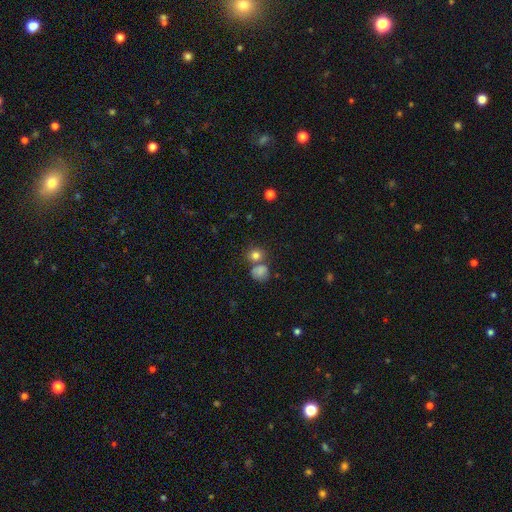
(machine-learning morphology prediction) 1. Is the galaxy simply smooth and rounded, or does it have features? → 79% smooth, 13% star or artifact, 8% featured or disk.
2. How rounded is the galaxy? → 81% round, 18% in between, 1% cigar-shaped.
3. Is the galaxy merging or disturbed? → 57% none, 30% merger, 10% minor disturbance, 4% major disturbance.